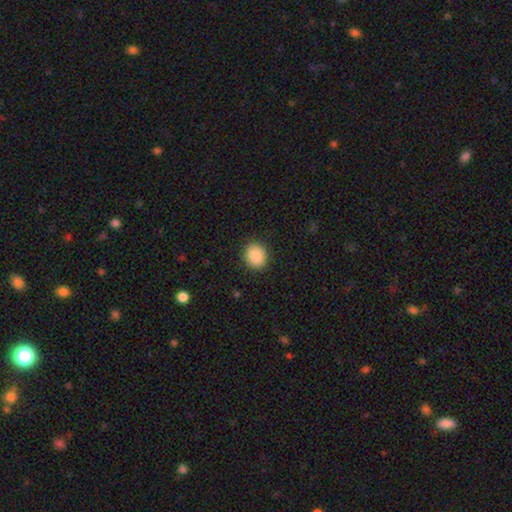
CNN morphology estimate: This is clearly a smooth galaxy (89%). How rounded: likely round (80%). Merging: clearly none (90%).